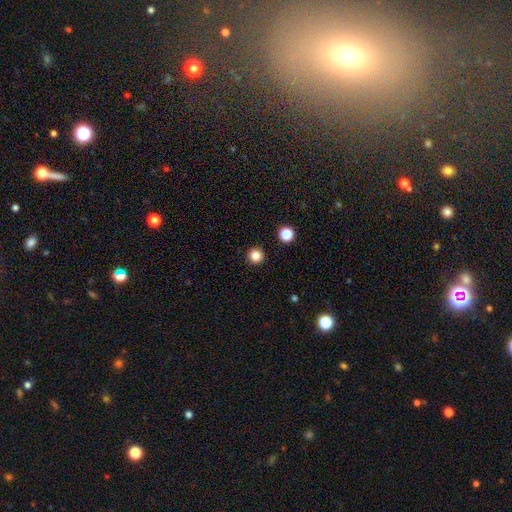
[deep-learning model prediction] This appears to be a smooth galaxy with no disk features (85%) that is round (96%). Merging: none (93%).